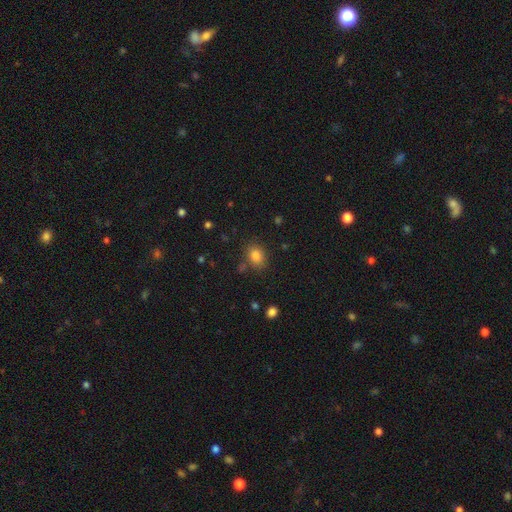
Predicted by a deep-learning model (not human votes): A smooth galaxy with no disk features (83%) that is in between round and cigar-shaped (57%). Merging: none (77%).